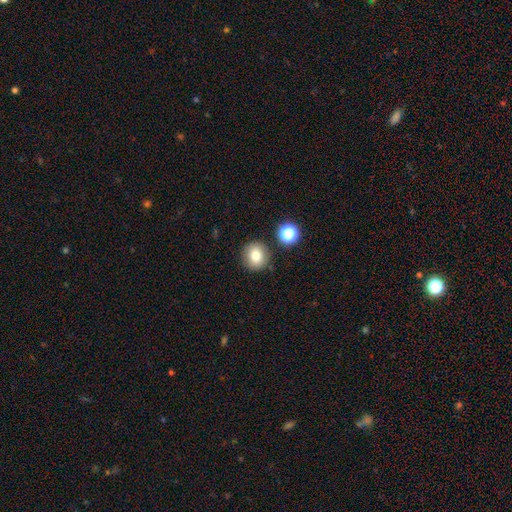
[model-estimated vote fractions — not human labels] smooth 79%, star or artifact 12%, featured or disk 9%. Down the decision tree: how rounded — round (89%); merging — none (86%).